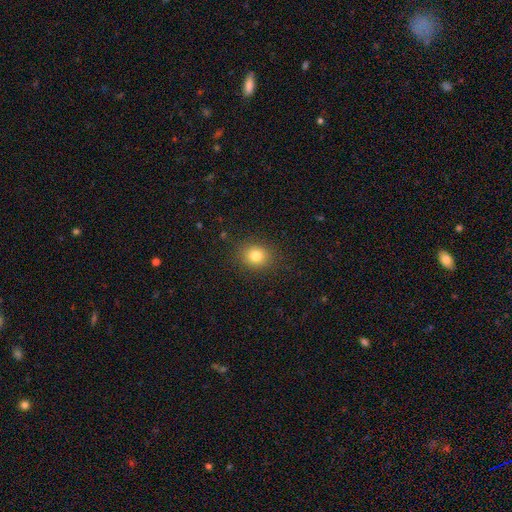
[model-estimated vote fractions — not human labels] The model was most divided on "how rounded": round: 74%, in between: 25%, cigar-shaped: 1%. More confident: merging — none (88%); smooth or featured — smooth (81%).